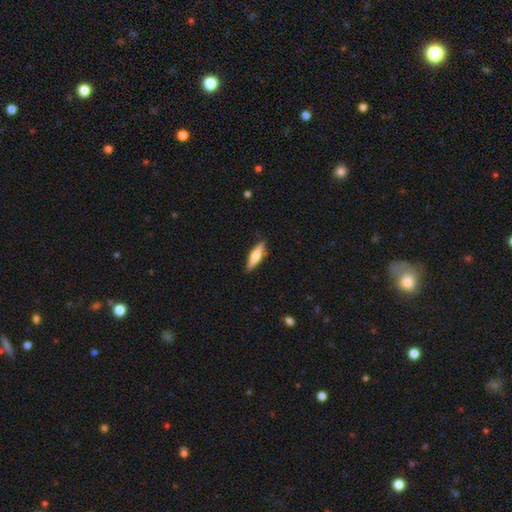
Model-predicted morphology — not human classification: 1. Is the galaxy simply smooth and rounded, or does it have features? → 54% smooth, 40% featured or disk, 6% star or artifact.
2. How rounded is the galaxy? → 70% cigar-shaped, 28% in between, 2% round.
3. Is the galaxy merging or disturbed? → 86% none, 10% minor disturbance, 2% major disturbance, 2% merger.